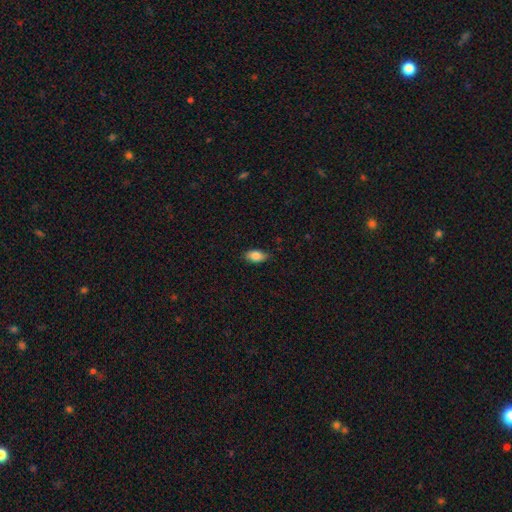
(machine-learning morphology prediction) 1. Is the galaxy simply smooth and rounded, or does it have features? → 85% smooth, 8% star or artifact, 7% featured or disk.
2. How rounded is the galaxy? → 91% in between, 5% round, 3% cigar-shaped.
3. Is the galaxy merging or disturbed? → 81% none, 16% minor disturbance, 2% major disturbance, 1% merger.